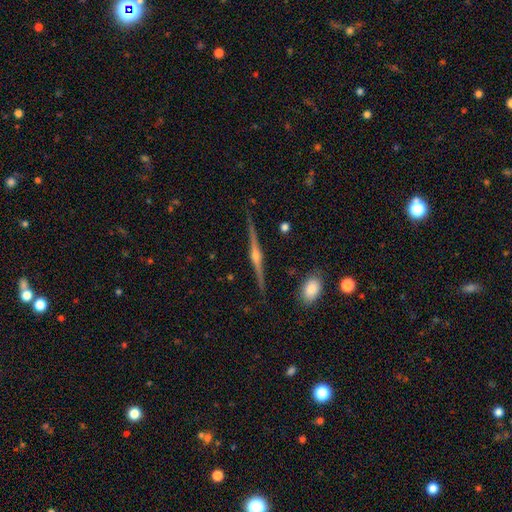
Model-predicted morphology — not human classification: smooth-or-featured: featured or disk: 88% | smooth: 6% | star or artifact: 6%
  disk-edge-on: yes: 98% | no: 2%
    edge-on-bulge: rounded: 93% | boxy: 4% | none: 3%
  merging: none: 90% | minor disturbance: 7% | major disturbance: 2% | merger: 1%